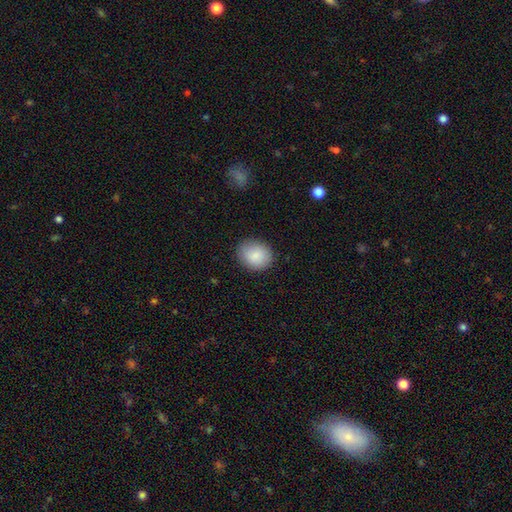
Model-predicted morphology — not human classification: type=smooth (88%); roundness=round (64%); merging=none (86%).